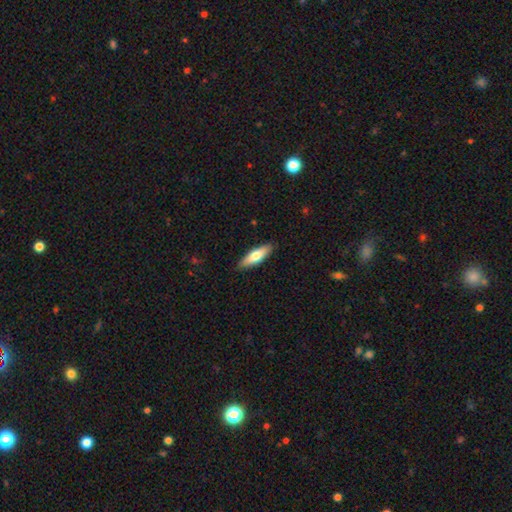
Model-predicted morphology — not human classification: Smooth or featured?
  - smooth: 64% *
  - featured or disk: 30%
  - star or artifact: 5%
How rounded?
  - cigar-shaped: 56% *
  - in between: 42%
  - round: 2%
Merging?
  - none: 89% *
  - minor disturbance: 9%
  - major disturbance: 2%
  - merger: 1%